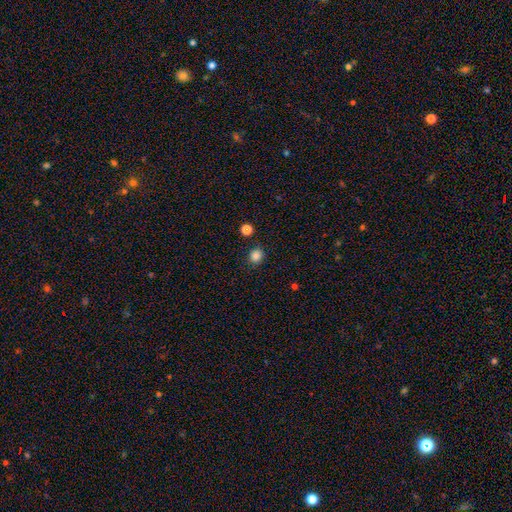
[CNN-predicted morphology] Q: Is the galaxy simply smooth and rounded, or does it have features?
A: smooth — 85%.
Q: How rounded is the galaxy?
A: round — 79%.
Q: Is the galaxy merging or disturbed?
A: none — 86%.